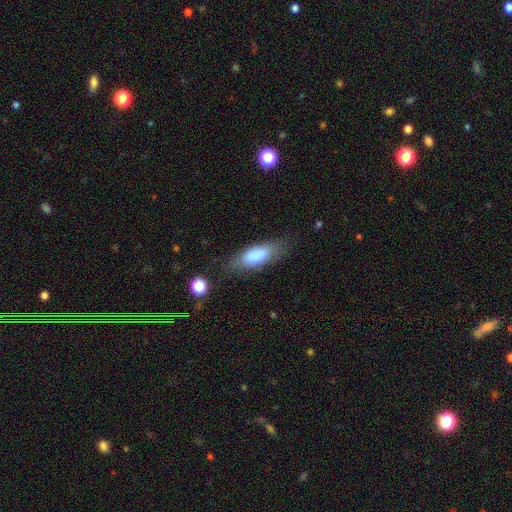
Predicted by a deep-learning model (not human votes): A smooth galaxy with no disk features (83%) that is in between round and cigar-shaped (74%).

Vote fractions:
- Smooth or featured? smooth: 83% / featured or disk: 10% / star or artifact: 7%
- How rounded? in between: 74% / cigar-shaped: 23% / round: 2%
- Merging? none: 74% / minor disturbance: 17% / major disturbance: 6% / merger: 2%